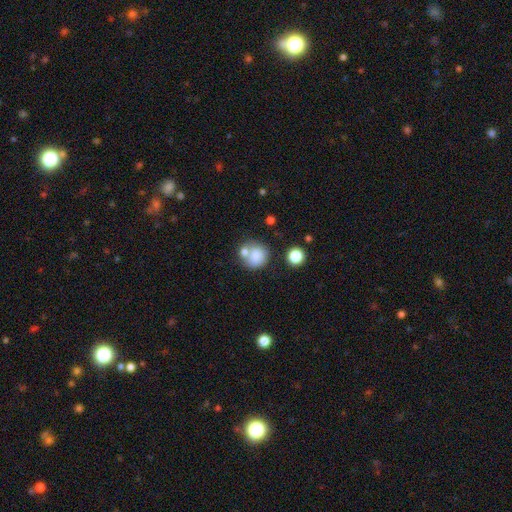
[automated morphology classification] Q: Smooth or featured?
A: smooth (80%); runner-up: star or artifact (10%)
Q: How rounded?
A: round (87%); runner-up: in between (12%)
Q: Merging?
A: none (57%); runner-up: merger (25%)